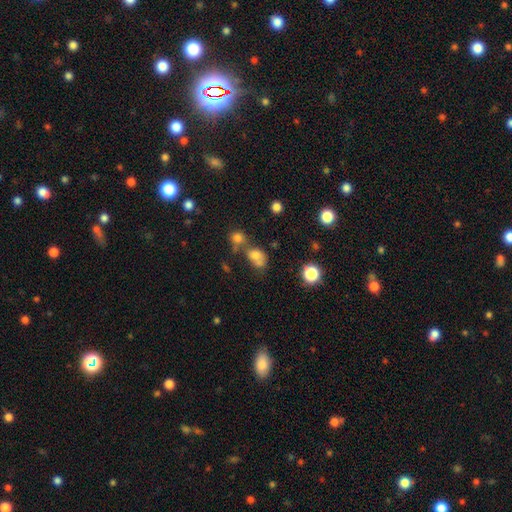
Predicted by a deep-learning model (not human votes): A smooth galaxy with no disk features (71%) that is in between round and cigar-shaped (54%). Merging: merger (47%).